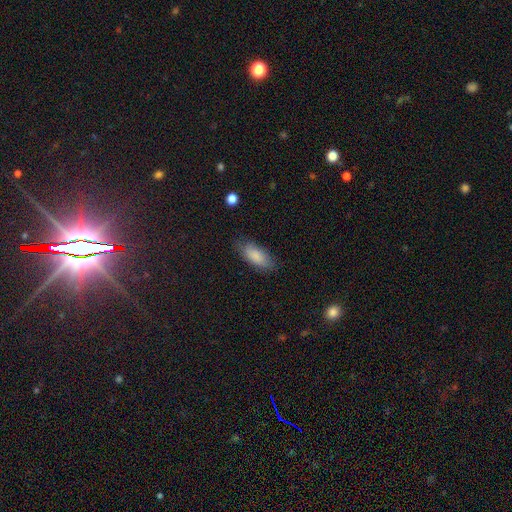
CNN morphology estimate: Smooth or featured? smooth (85%)
How rounded? in between (81%)
Merging? none (76%)